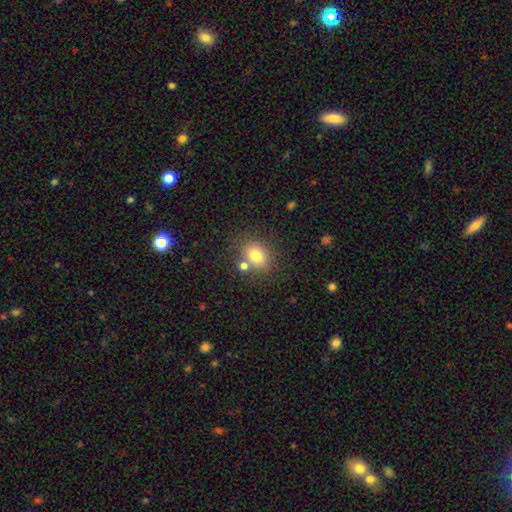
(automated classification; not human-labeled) This is likely a smooth galaxy (76%). How rounded: possibly round (53%). Merging: likely none (70%).